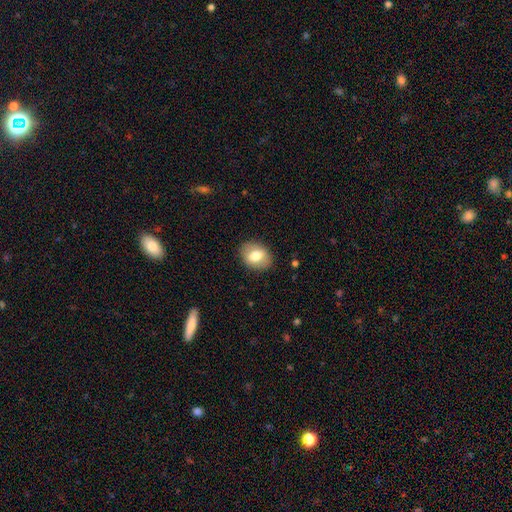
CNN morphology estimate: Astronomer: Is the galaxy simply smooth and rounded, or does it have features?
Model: smooth — 70%.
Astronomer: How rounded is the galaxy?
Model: in between — 65%.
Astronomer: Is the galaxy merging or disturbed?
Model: none — 85%.